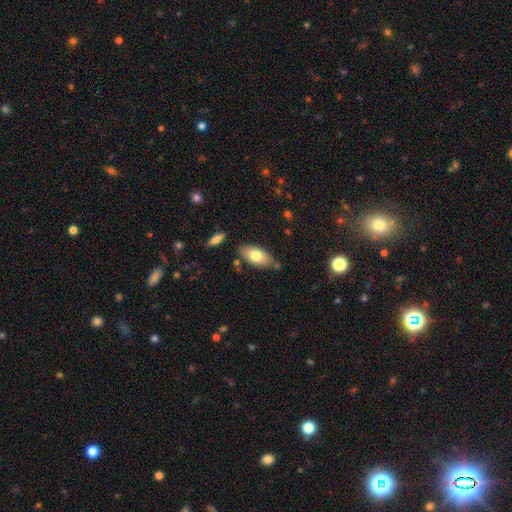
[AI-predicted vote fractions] A smooth galaxy with no disk features (75%) that is in between round and cigar-shaped (91%). Merging: none (76%).